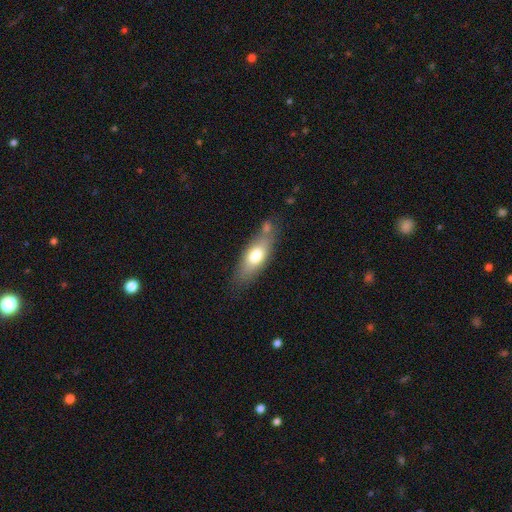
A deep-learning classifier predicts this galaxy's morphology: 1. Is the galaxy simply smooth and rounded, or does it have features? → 68% smooth, 25% featured or disk, 7% star or artifact.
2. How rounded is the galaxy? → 67% in between, 29% cigar-shaped, 3% round.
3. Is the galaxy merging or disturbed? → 61% none, 19% minor disturbance, 14% merger, 6% major disturbance.